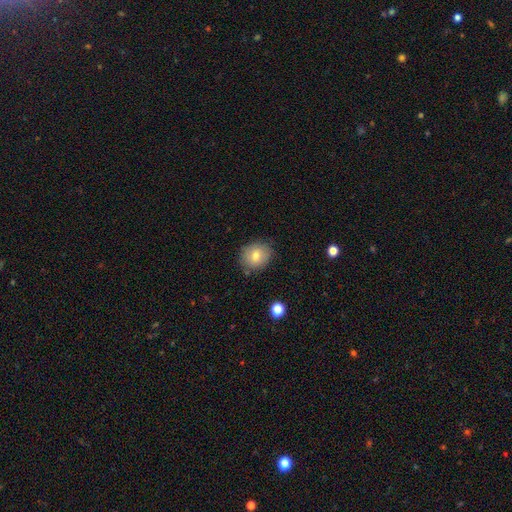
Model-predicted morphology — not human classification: smooth_or_featured: smooth (p=0.76) [alt: featured or disk p=0.15]
how_rounded: round (p=0.67) [alt: in between p=0.32]
merging: none (p=0.80) [alt: minor disturbance p=0.15]